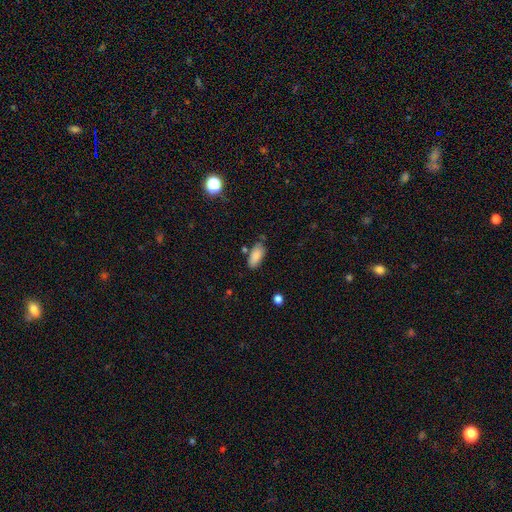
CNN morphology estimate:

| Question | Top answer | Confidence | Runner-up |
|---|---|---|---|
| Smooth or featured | smooth | 86% | star or artifact (7%) |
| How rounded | in between | 89% | cigar-shaped (9%) |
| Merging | none | 70% | minor disturbance (19%) |